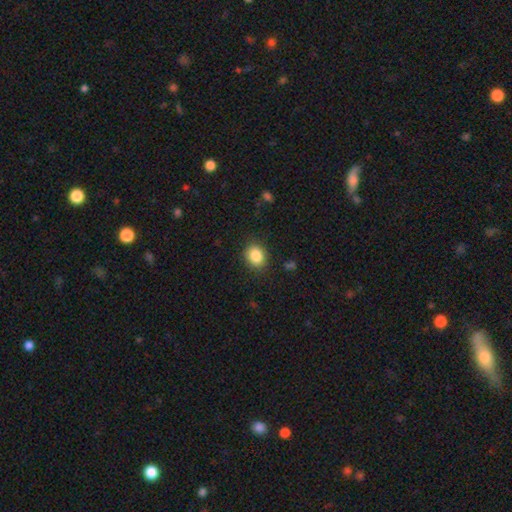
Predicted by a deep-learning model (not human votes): A smooth galaxy with no disk features (86%) that is round (50%).

Vote fractions:
- Smooth or featured? smooth: 86% / star or artifact: 9% / featured or disk: 5%
- How rounded? round: 50% / in between: 49% / cigar-shaped: 1%
- Merging? none: 85% / minor disturbance: 10% / major disturbance: 3% / merger: 1%